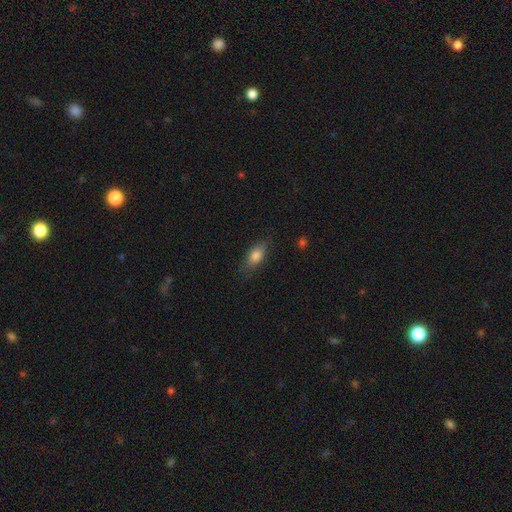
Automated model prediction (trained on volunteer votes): Overall: smooth (79%). How rounded: in between (81%). Merging: none (76%).